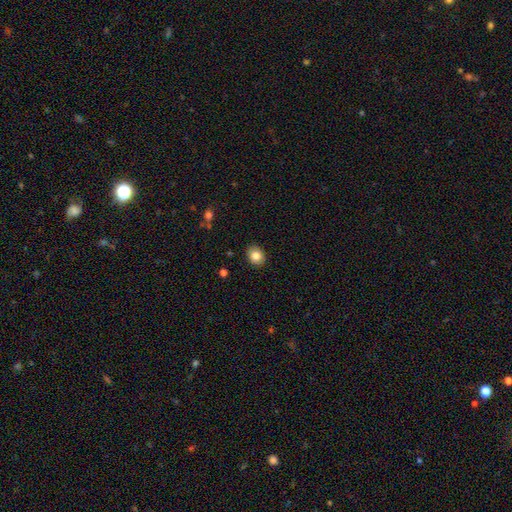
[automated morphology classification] smooth_or_featured: smooth (p=0.83) [alt: star or artifact p=0.09]
how_rounded: round (p=0.59) [alt: in between p=0.40]
merging: none (p=0.90) [alt: minor disturbance p=0.07]